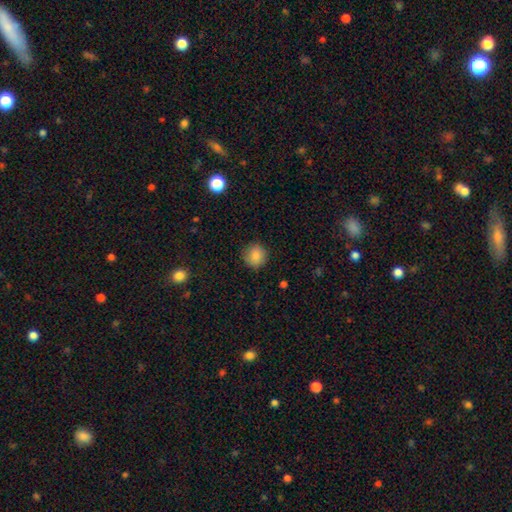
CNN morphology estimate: This is clearly a smooth galaxy (85%). How rounded: clearly round (90%). Merging: clearly none (87%).